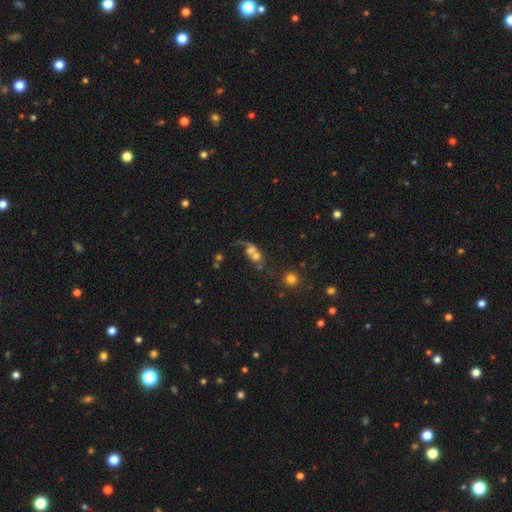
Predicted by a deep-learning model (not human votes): Smooth or featured: smooth — 52% (featured or disk — 34%)
How rounded: round — 52% (in between — 44%)
Merging: merger — 60% (none — 17%)